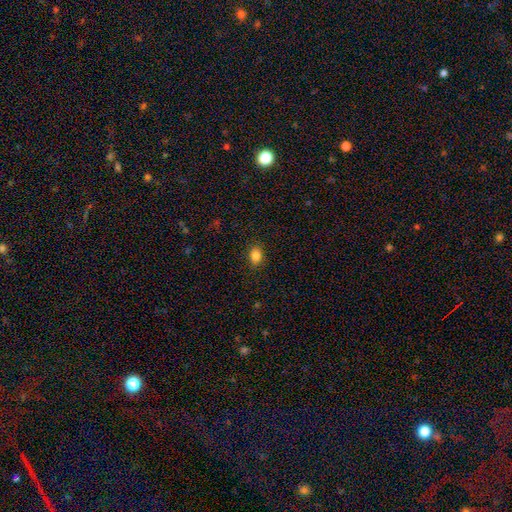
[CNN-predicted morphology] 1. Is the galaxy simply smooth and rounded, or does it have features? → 85% smooth, 10% star or artifact, 5% featured or disk.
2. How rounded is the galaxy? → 62% in between, 37% round, 1% cigar-shaped.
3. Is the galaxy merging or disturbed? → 88% none, 8% minor disturbance, 2% major disturbance, 1% merger.